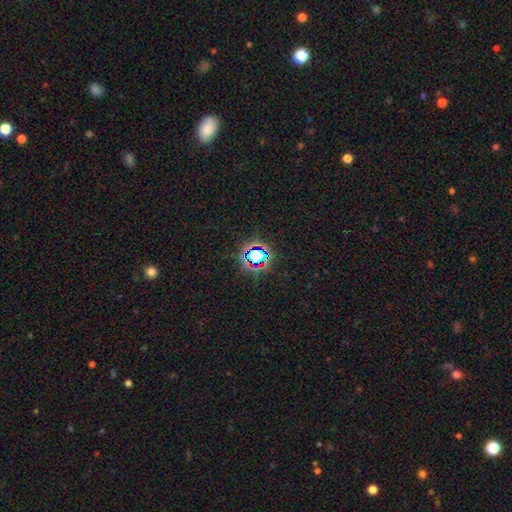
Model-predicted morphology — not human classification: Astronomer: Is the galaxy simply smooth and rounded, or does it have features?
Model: star or artifact — 70%.